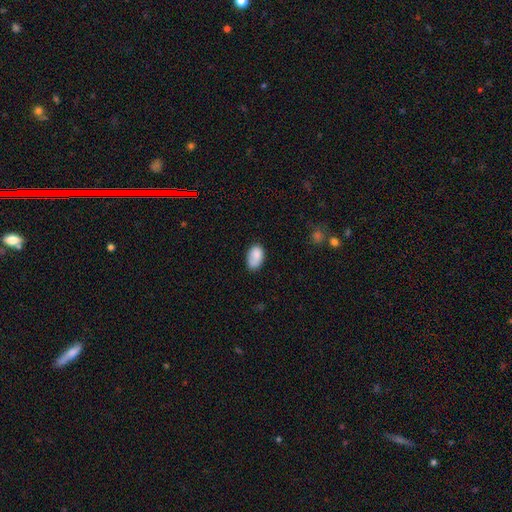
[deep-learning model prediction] This appears to be a smooth galaxy with no disk features (84%) that is in between round and cigar-shaped (91%). Merging: none (67%).